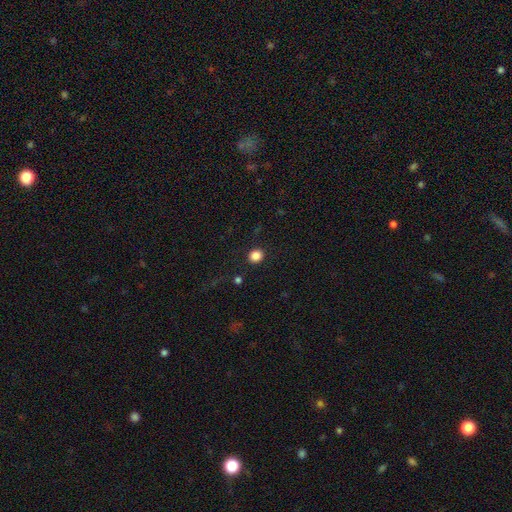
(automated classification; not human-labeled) The model was most divided on "how rounded": round: 78%, in between: 21%, cigar-shaped: 1%. More confident: merging — none (90%); smooth or featured — smooth (86%).